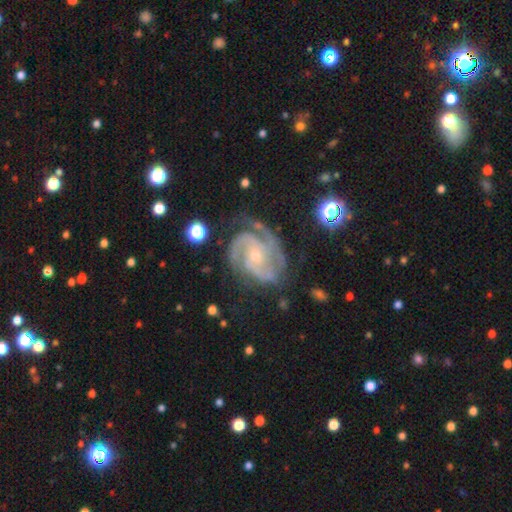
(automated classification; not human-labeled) Morphology: type=featured or disk (92%); edge-on=no (98%); bar=no (62%); spiral arms=yes (98%); winding=tight (49%); arm count=3 (45%); bulge=small (65%); merging=none (64%).